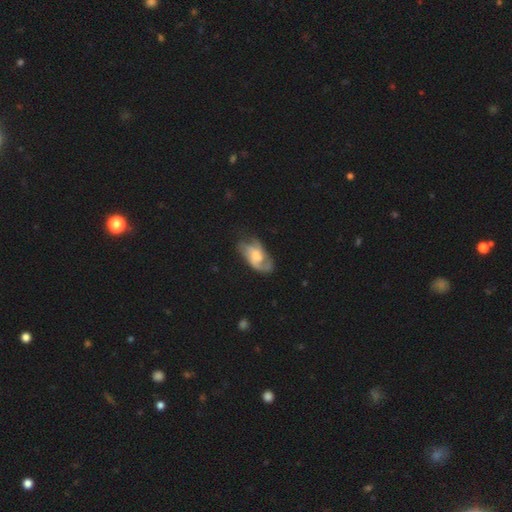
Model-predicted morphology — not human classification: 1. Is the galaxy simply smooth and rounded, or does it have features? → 75% featured or disk, 20% smooth, 6% star or artifact.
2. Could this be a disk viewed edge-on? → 96% no, 4% yes.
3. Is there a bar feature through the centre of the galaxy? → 58% no, 35% weak, 7% strong.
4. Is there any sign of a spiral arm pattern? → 91% yes, 9% no.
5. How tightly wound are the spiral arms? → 47% medium, 28% loose, 25% tight.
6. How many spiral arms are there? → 44% 2, 25% 3, 17% can't tell, 7% 1, 4% 4, 3% more than 4.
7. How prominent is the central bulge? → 51% moderate, 28% small, 12% large, 7% none, 1% dominant.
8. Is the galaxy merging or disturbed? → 53% none, 25% minor disturbance, 19% major disturbance, 3% merger.